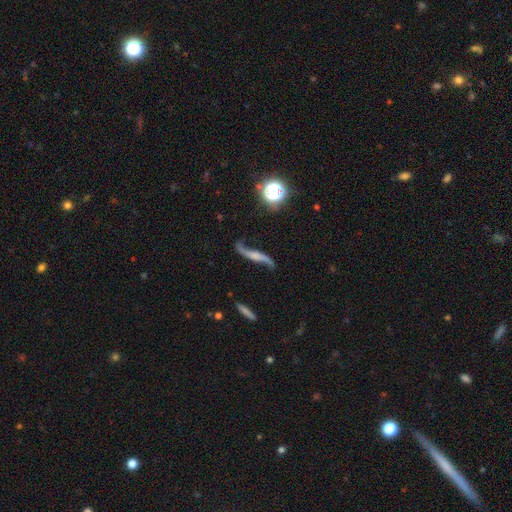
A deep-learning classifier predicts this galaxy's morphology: smooth-or-featured: featured or disk: 82% | smooth: 10% | star or artifact: 8%
  disk-edge-on: no: 79% | yes: 21%
    bar: no: 53% | weak: 30% | strong: 17%
    has-spiral-arms: yes: 95% | no: 5%
      spiral-winding: loose: 94% | medium: 4% | tight: 2%
      spiral-arm-count: 2: 93% | 1: 3% | can't tell: 1% | 3: 1% | 4: 1% | more than 4: 1%
    bulge-size: none: 40% | small: 28% | moderate: 21% | large: 8% | dominant: 3%
  merging: none: 70% | minor disturbance: 18% | major disturbance: 8% | merger: 4%